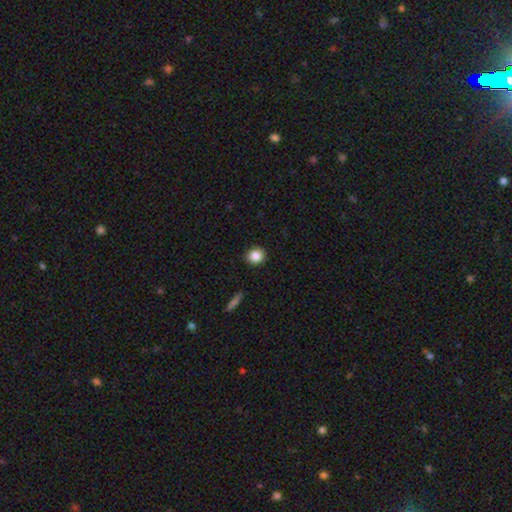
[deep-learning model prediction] smooth 85%, star or artifact 10%, featured or disk 5%. Down the decision tree: how rounded — round (87%); merging — none (91%).